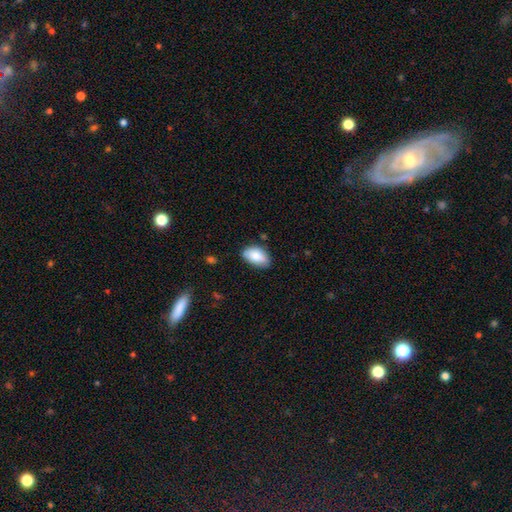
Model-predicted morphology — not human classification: Overall: smooth (85%). How rounded: in between (93%). Merging: none (75%).